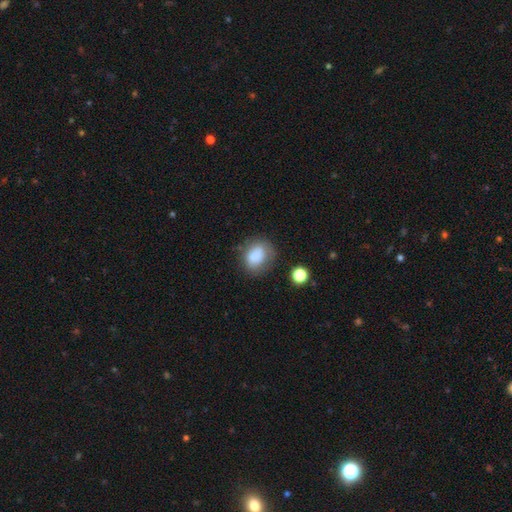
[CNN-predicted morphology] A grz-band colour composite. It shows a smooth galaxy with no disk features (79%) that is in between round and cigar-shaped (51%). Merging: none (62%).